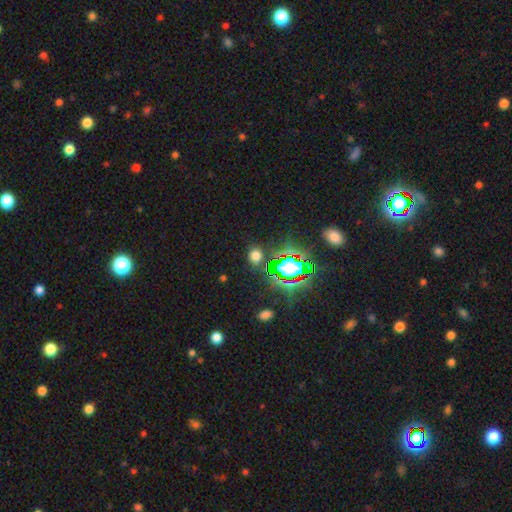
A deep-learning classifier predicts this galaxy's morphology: smooth_or_featured: smooth (p=0.55) [alt: star or artifact p=0.39]
how_rounded: round (p=0.77) [alt: in between p=0.22]
merging: none (p=0.84) [alt: minor disturbance p=0.09]